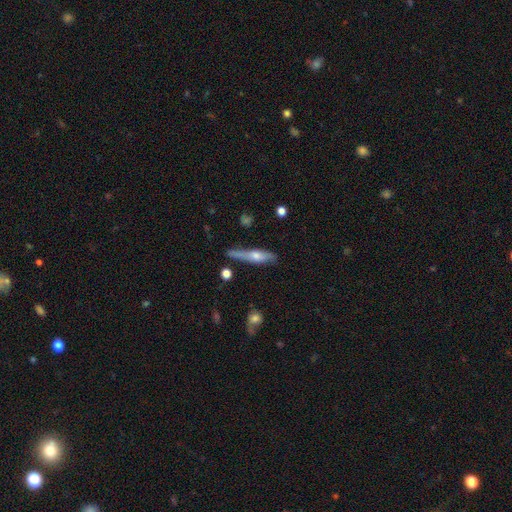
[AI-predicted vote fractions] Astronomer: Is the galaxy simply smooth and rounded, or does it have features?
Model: featured or disk — 53% (runner-up: smooth, 40%).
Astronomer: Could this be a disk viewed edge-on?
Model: yes — 88%.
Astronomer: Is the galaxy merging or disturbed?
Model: none — 69%.